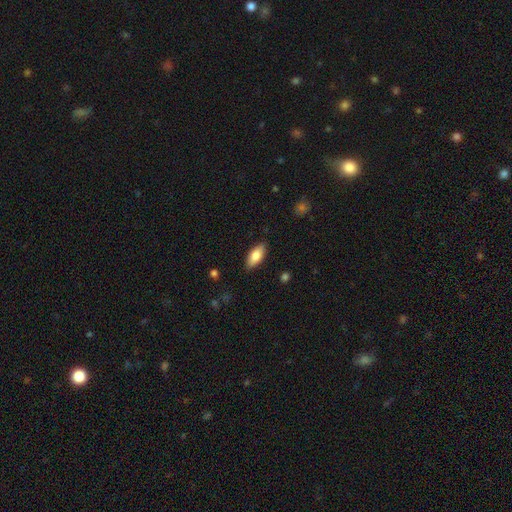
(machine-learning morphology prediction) Overall: smooth (81%). How rounded: in between (86%). Merging: none (87%).